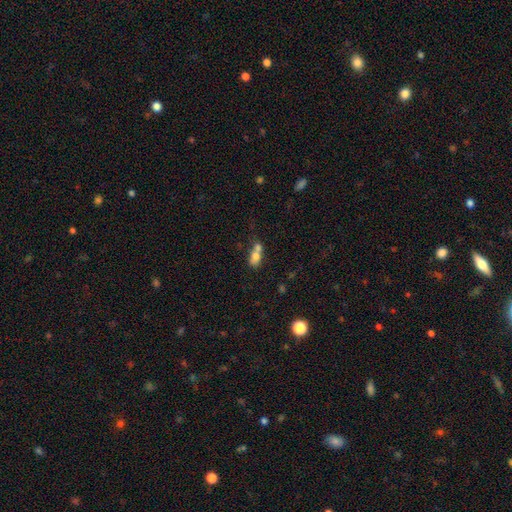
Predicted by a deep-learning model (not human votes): The model was most divided on "how rounded": in between: 63%, round: 32%, cigar-shaped: 5%. More confident: smooth or featured — smooth (70%); merging — merger (66%).